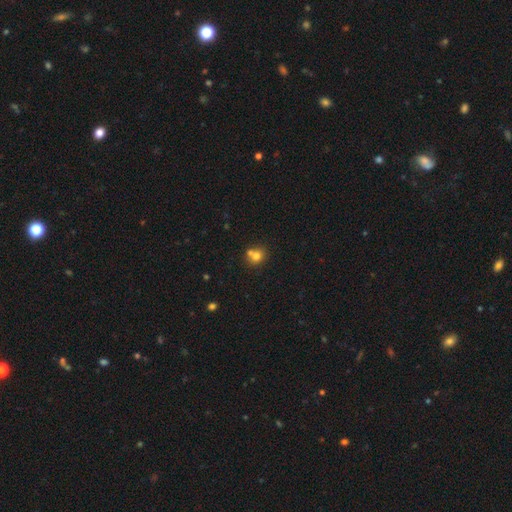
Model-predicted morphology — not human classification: Smooth or featured? Predicted: smooth (p=0.73). How rounded? Predicted: round (p=0.77). Merging? Predicted: none (p=0.45).